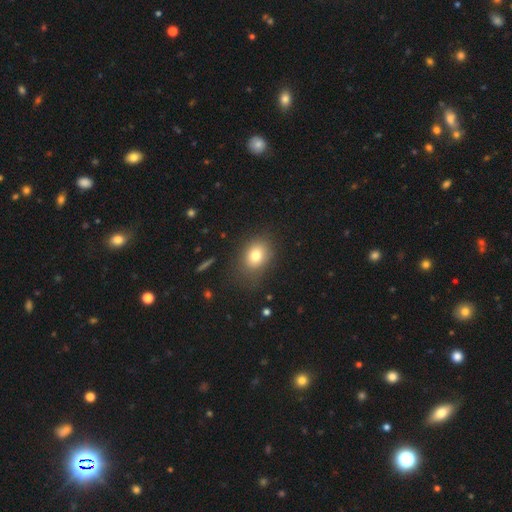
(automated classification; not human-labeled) smooth_or_featured: smooth (p=0.77) [alt: featured or disk p=0.12]
how_rounded: in between (p=0.61) [alt: round p=0.38]
merging: none (p=0.73) [alt: minor disturbance p=0.18]